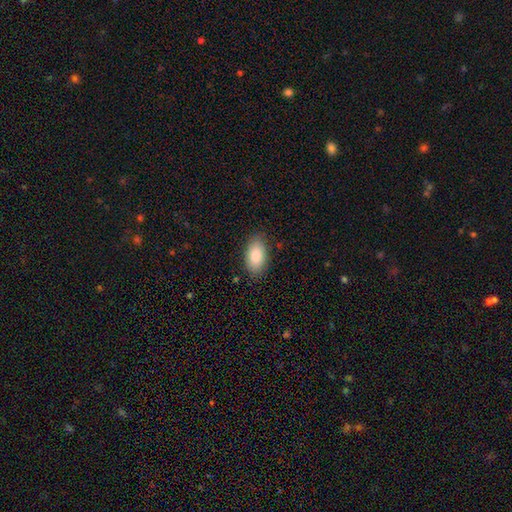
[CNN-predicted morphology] This is clearly a smooth galaxy (85%). How rounded: clearly in between (94%). Merging: clearly none (85%).